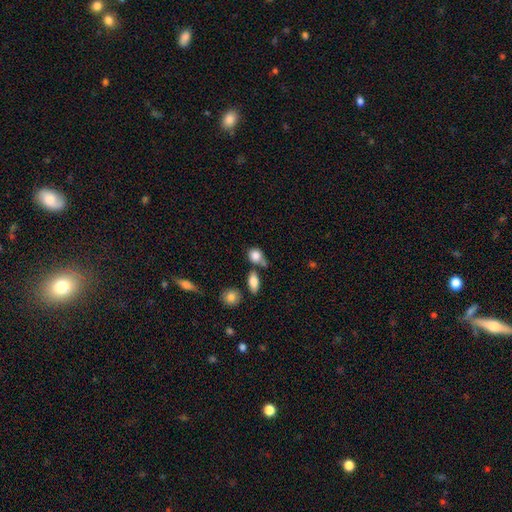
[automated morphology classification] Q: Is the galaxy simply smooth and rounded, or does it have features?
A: smooth — 83%.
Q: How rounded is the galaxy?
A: round — 54%.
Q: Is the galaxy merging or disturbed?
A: none — 47%.